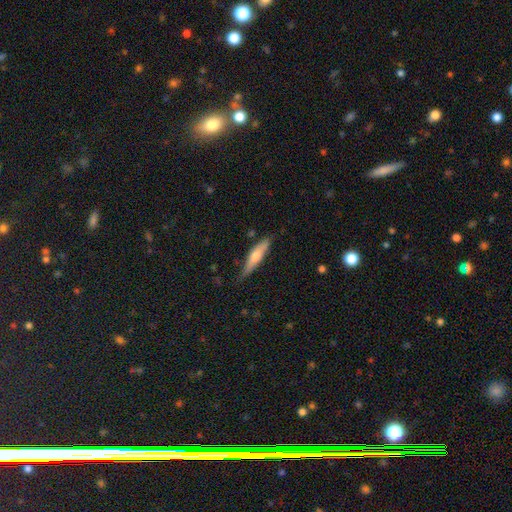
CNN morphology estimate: smooth_or_featured: smooth (p=0.54) [alt: featured or disk p=0.40]
how_rounded: cigar-shaped (p=0.81) [alt: in between p=0.17]
merging: none (p=0.75) [alt: minor disturbance p=0.20]